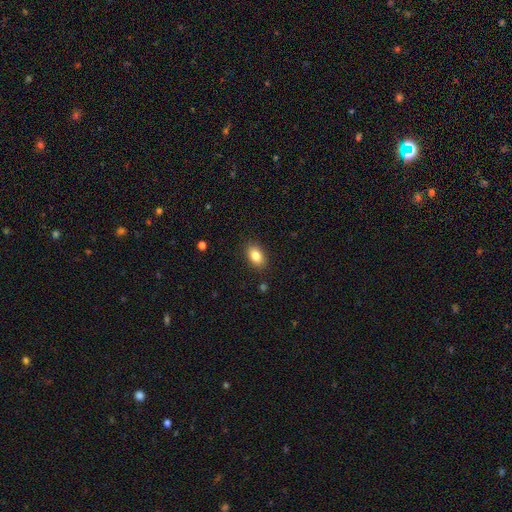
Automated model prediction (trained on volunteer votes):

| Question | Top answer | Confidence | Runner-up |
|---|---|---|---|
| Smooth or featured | smooth | 85% | star or artifact (8%) |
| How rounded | in between | 88% | round (10%) |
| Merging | none | 87% | minor disturbance (9%) |